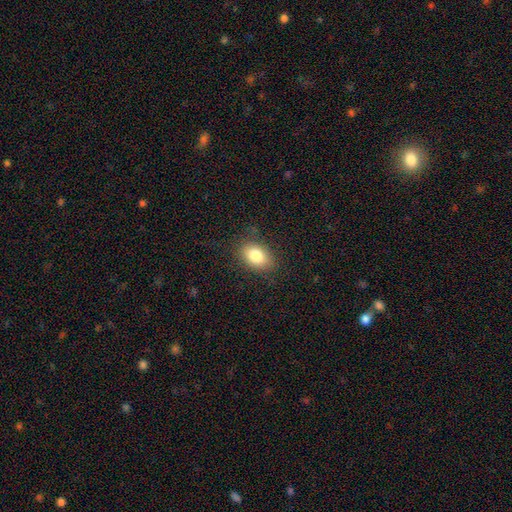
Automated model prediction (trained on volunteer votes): This appears to be a smooth galaxy with no disk features (82%) that is in between round and cigar-shaped (86%). Merging: none (83%).